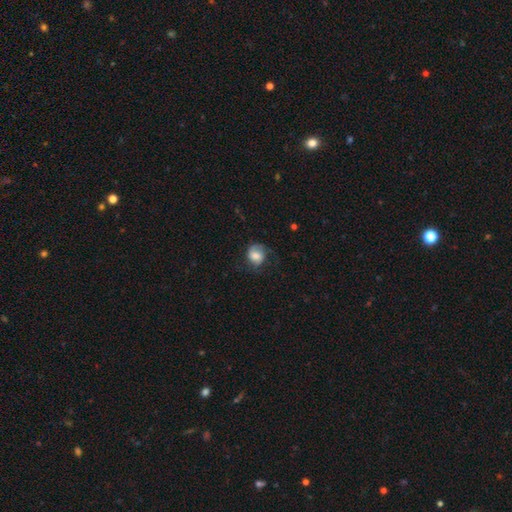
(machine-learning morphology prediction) Smooth or featured? Predicted: smooth (p=0.60). How rounded? Predicted: round (p=0.64). Merging? Predicted: none (p=0.55).